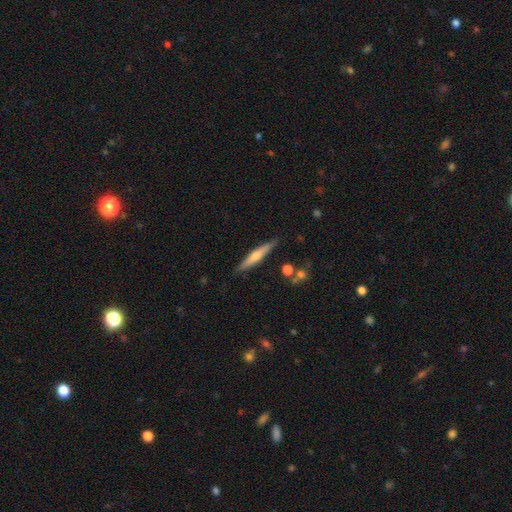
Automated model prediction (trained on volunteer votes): Smooth or featured: featured or disk — 55% (smooth — 39%)
Edge-on disk: yes — 96% (no — 4%)
Edge-on bulge: rounded — 79% (none — 16%)
Merging: none — 88% (minor disturbance — 8%)